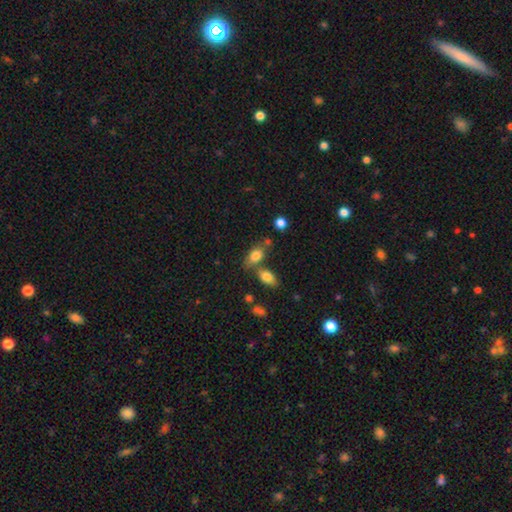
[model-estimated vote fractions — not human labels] smooth_or_featured: smooth (p=0.80) [alt: featured or disk p=0.11]
how_rounded: in between (p=0.86) [alt: round p=0.09]
merging: none (p=0.54) [alt: merger p=0.26]